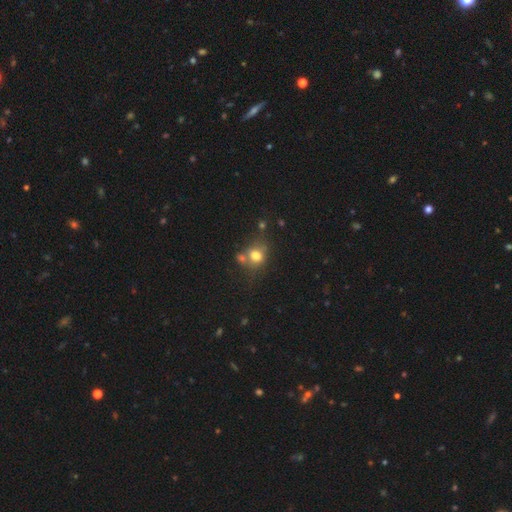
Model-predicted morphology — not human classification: Smooth or featured? Predicted: smooth (p=0.73). How rounded? Predicted: round (p=0.63). Merging? Predicted: none (p=0.47).